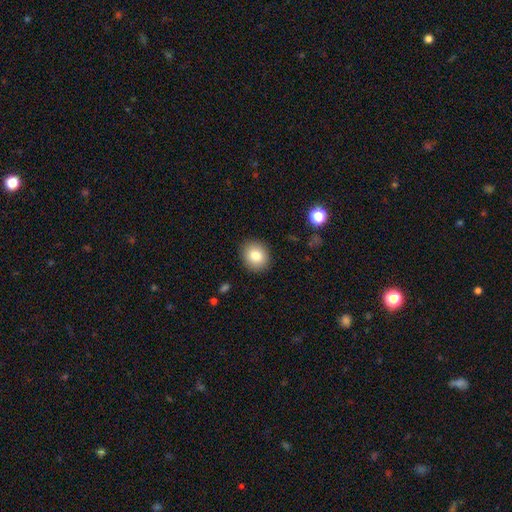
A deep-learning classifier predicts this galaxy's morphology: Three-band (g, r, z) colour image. It shows a smooth galaxy with no disk features (82%) that is round (78%). Merging: none (90%).